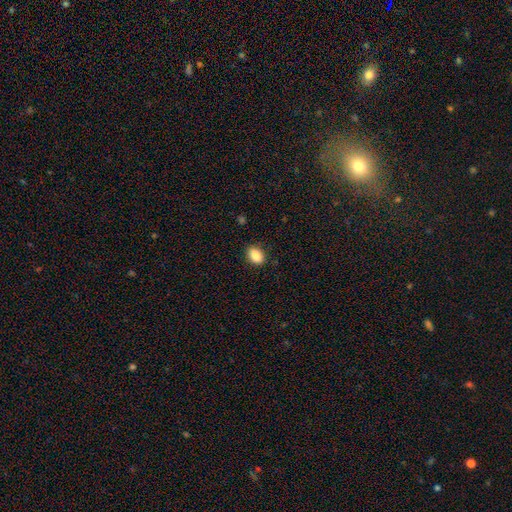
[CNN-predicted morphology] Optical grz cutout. It shows a smooth galaxy with no disk features (88%) that is in between round and cigar-shaped (79%). Merging: none (87%).